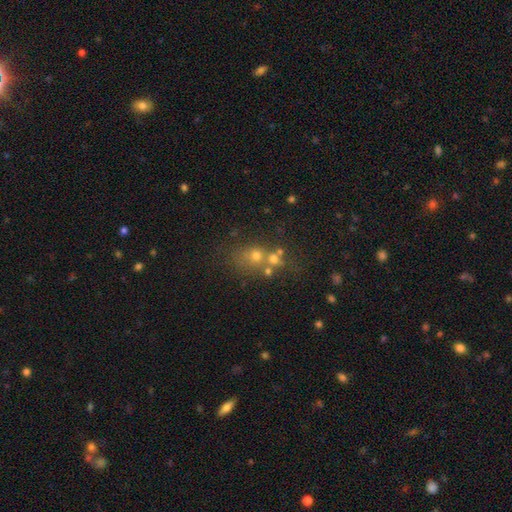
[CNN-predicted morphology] Smooth or featured? smooth (57%)
How rounded? round (76%)
Merging? none (42%)